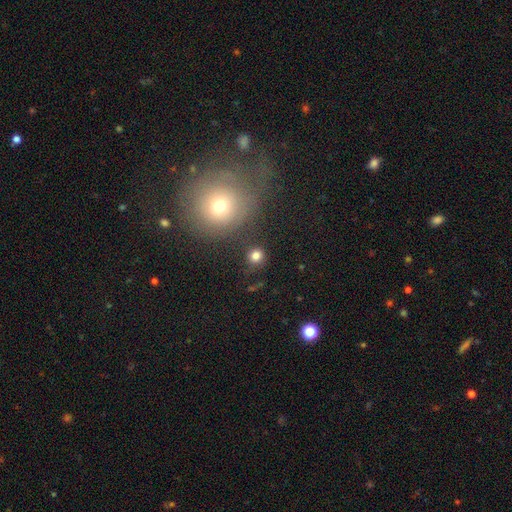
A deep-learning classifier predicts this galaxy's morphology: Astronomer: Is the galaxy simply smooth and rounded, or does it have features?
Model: smooth — 80%.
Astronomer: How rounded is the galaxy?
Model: round — 89%.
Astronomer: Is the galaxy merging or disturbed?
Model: none — 83%.